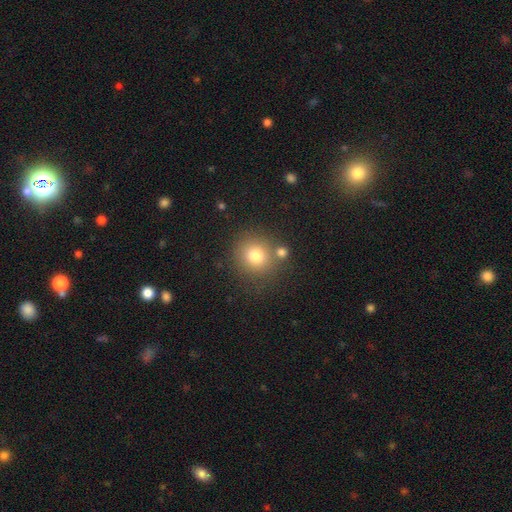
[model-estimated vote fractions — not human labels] Smooth or featured: smooth — 78% (star or artifact — 12%)
How rounded: round — 88% (in between — 11%)
Merging: none — 74% (merger — 12%)